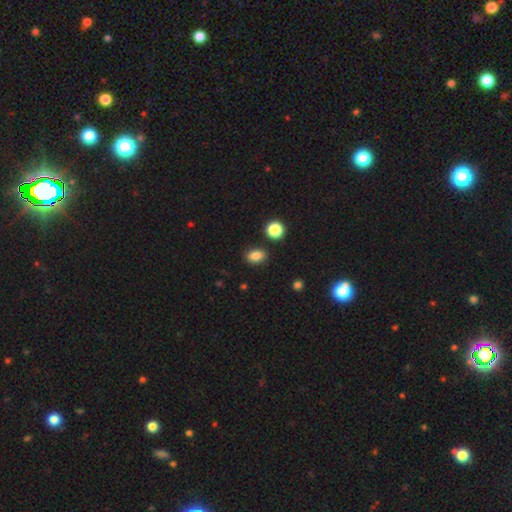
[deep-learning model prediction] Overall: smooth (84%). How rounded: in between (76%). Merging: none (85%).